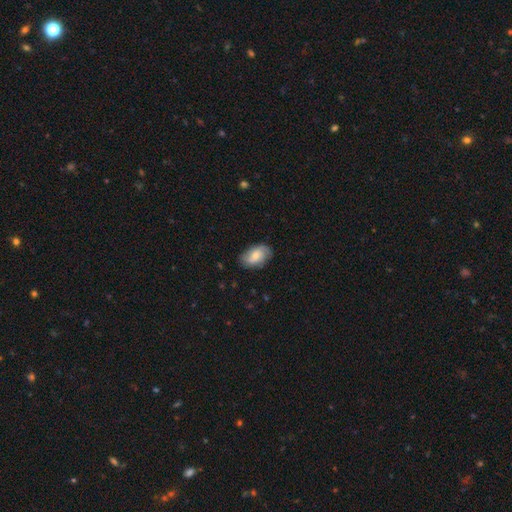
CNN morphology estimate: This is possibly a smooth galaxy (55%). How rounded: clearly in between (90%). Merging: likely none (74%).